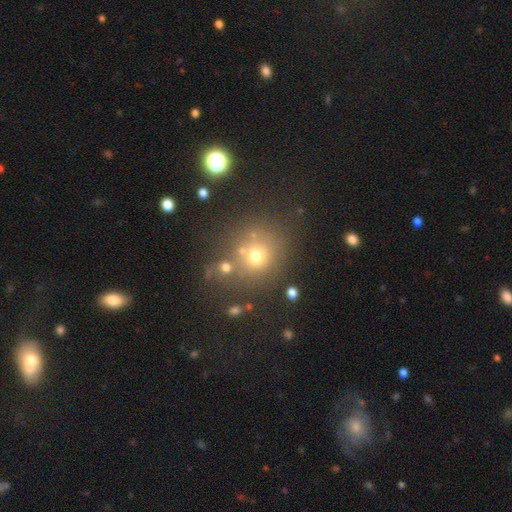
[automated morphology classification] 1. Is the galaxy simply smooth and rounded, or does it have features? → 66% smooth, 22% star or artifact, 12% featured or disk.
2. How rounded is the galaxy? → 87% round, 12% in between, 1% cigar-shaped.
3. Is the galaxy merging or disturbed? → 70% none, 14% merger, 11% minor disturbance, 6% major disturbance.